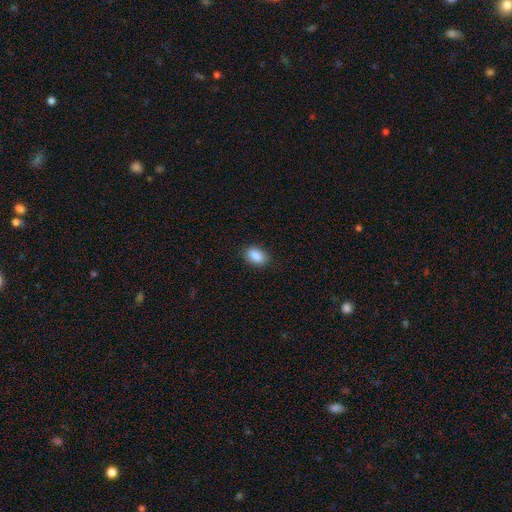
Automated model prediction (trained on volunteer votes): smooth_or_featured: smooth (p=0.88) [alt: star or artifact p=0.08]
how_rounded: in between (p=0.85) [alt: round p=0.13]
merging: none (p=0.86) [alt: minor disturbance p=0.11]